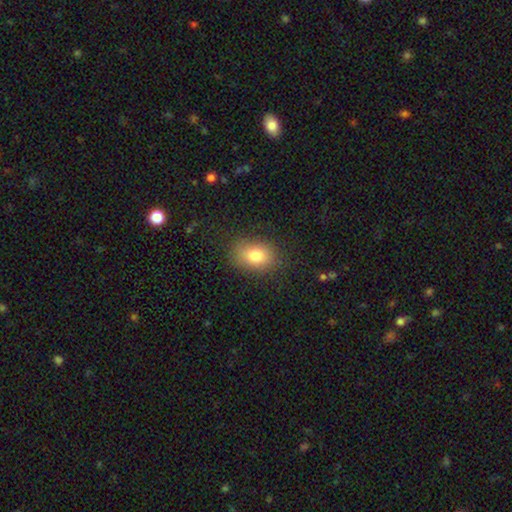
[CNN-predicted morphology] smooth_or_featured: smooth (p=0.80) [alt: star or artifact p=0.10]
how_rounded: in between (p=0.74) [alt: round p=0.25]
merging: none (p=0.82) [alt: minor disturbance p=0.12]